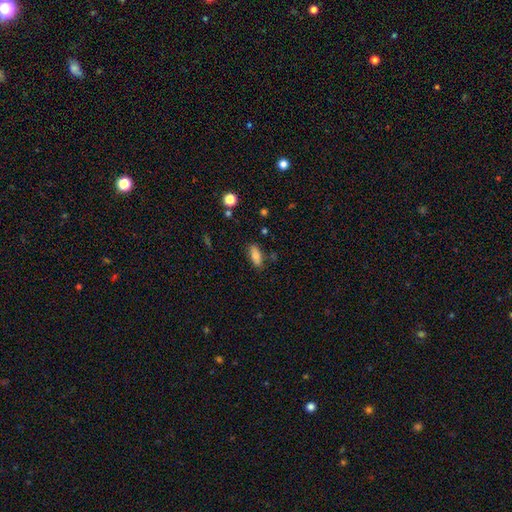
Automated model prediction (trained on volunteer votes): This appears to be a smooth galaxy with no disk features (77%) that is in between round and cigar-shaped (79%). Merging: none (81%).